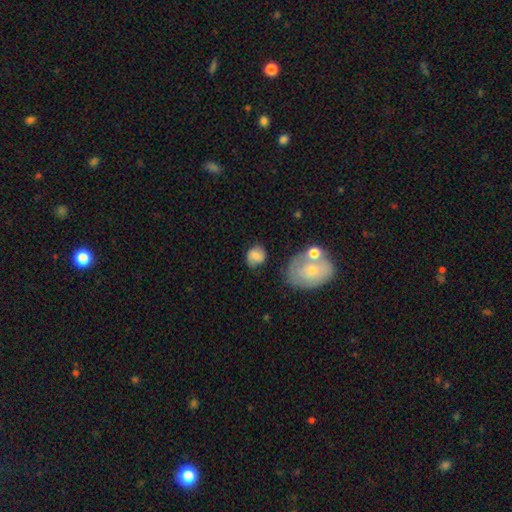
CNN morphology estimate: Q: Smooth or featured?
A: smooth (68%); runner-up: featured or disk (24%)
Q: How rounded?
A: round (63%); runner-up: in between (36%)
Q: Merging?
A: none (65%); runner-up: minor disturbance (22%)